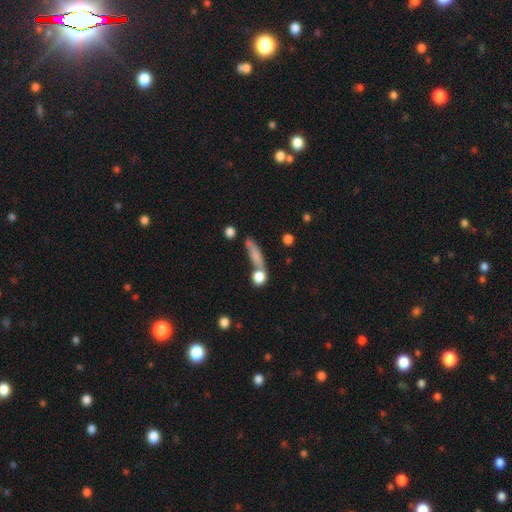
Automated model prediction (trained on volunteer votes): Overall: smooth (68%). How rounded: cigar-shaped (69%). Merging: none (59%).